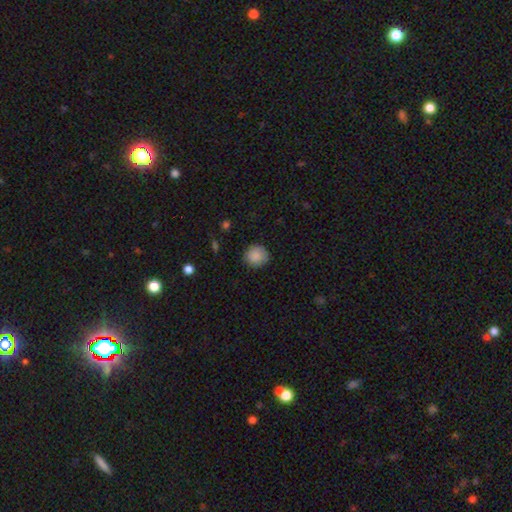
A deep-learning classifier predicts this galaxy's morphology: smooth-or-featured: smooth: 87% | star or artifact: 8% | featured or disk: 5%
  how-rounded: round: 89% | in between: 10% | cigar-shaped: 1%
  merging: none: 84% | minor disturbance: 13% | major disturbance: 3% | merger: 1%